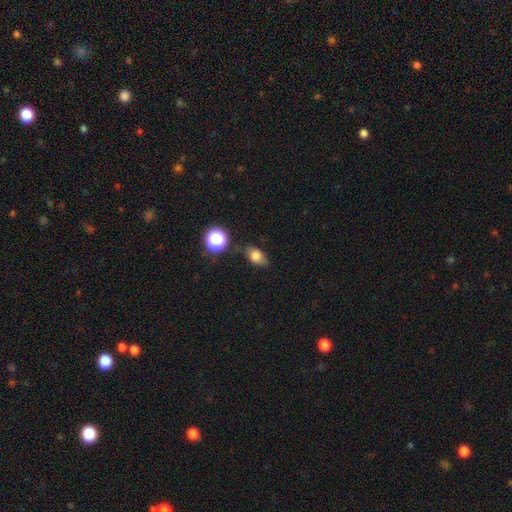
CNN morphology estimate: smooth_or_featured: smooth (p=0.74) [alt: featured or disk p=0.14]
how_rounded: in between (p=0.74) [alt: round p=0.23]
merging: none (p=0.65) [alt: minor disturbance p=0.24]